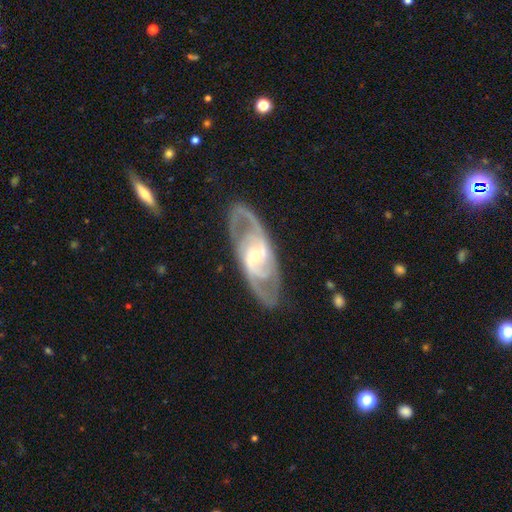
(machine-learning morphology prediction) Smooth or featured? Predicted: featured or disk (p=0.89). Edge-on disk? Predicted: no (p=0.92). Bar? Predicted: no (p=0.46). Spiral arms? Predicted: yes (p=0.96). Spiral winding? Predicted: medium (p=0.50). Spiral arm count? Predicted: 2 (p=0.79). Bulge size? Predicted: small (p=0.57). Merging? Predicted: none (p=0.82).